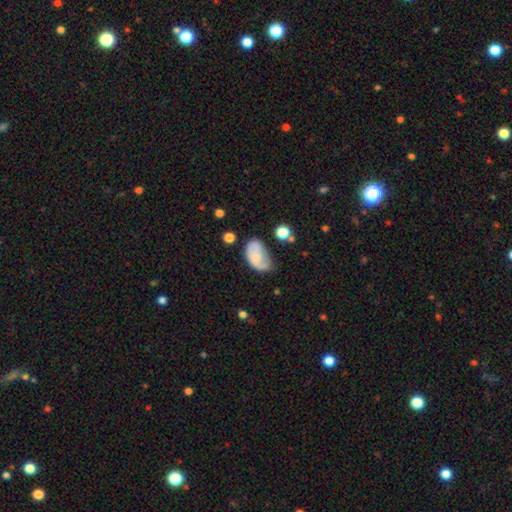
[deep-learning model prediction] Smooth or featured: smooth — 63% (featured or disk — 29%)
How rounded: in between — 92% (round — 7%)
Merging: none — 41% (minor disturbance — 35%)